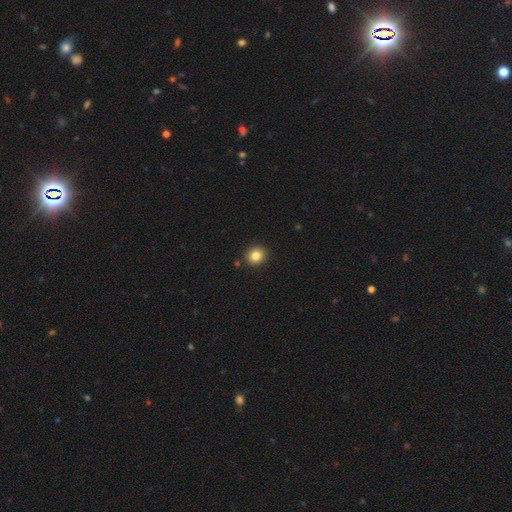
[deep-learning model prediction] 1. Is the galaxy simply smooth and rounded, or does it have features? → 84% smooth, 11% star or artifact, 5% featured or disk.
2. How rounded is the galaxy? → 85% round, 14% in between, 1% cigar-shaped.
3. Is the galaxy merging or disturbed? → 90% none, 6% minor disturbance, 2% merger, 2% major disturbance.